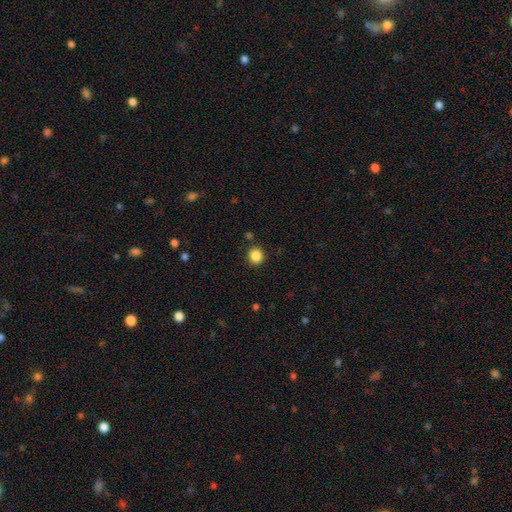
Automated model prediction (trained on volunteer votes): Morphology: type=smooth (86%); roundness=round (89%); merging=none (89%).